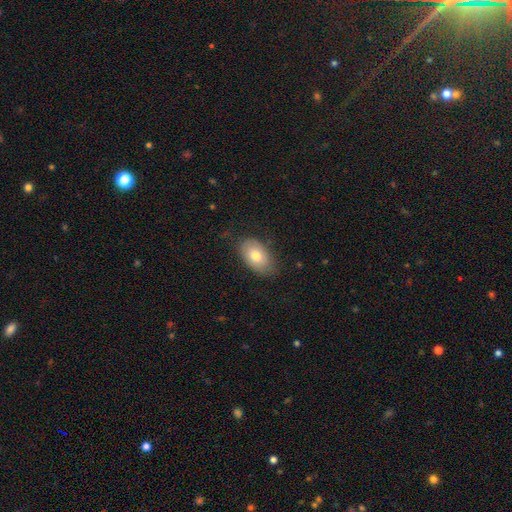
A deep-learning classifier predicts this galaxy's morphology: The model was most divided on "smooth or featured": smooth: 73%, featured or disk: 19%, star or artifact: 7%. More confident: how rounded — in between (90%); merging — none (75%).